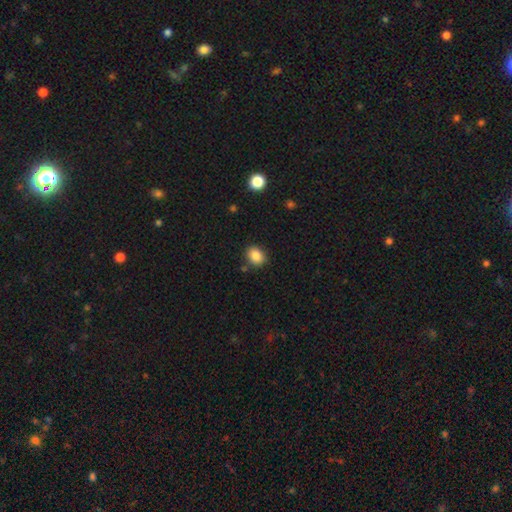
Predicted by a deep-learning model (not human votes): smooth-or-featured: smooth: 86% | star or artifact: 9% | featured or disk: 5%
  how-rounded: in between: 52% | round: 47% | cigar-shaped: 1%
  merging: none: 83% | minor disturbance: 11% | merger: 4% | major disturbance: 3%